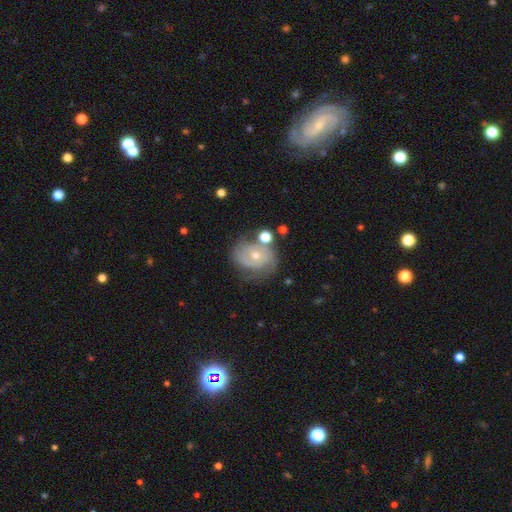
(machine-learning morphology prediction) Q: Smooth or featured?
A: featured or disk (69%); runner-up: smooth (22%)
Q: Edge-on disk?
A: no (97%); runner-up: yes (3%)
Q: Bar?
A: no (74%); runner-up: weak (22%)
Q: Spiral arms?
A: yes (85%); runner-up: no (15%)
Q: Spiral winding?
A: tight (51%); runner-up: medium (36%)
Q: Spiral arm count?
A: 2 (51%); runner-up: can't tell (27%)
Q: Bulge size?
A: small (51%); runner-up: moderate (45%)
Q: Merging?
A: none (55%); runner-up: minor disturbance (23%)